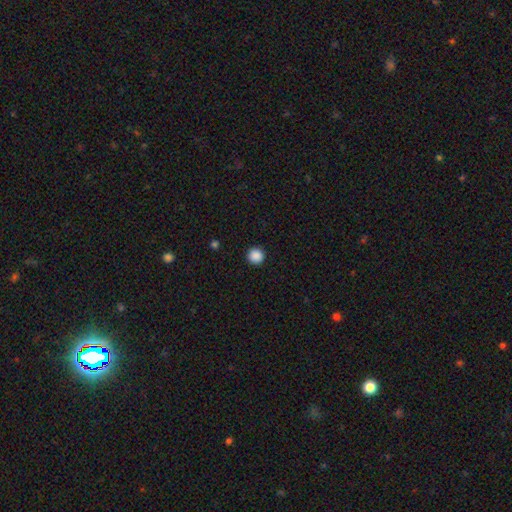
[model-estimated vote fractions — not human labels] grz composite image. It shows a smooth galaxy with no disk features (88%) that is round (96%). Merging: none (93%).